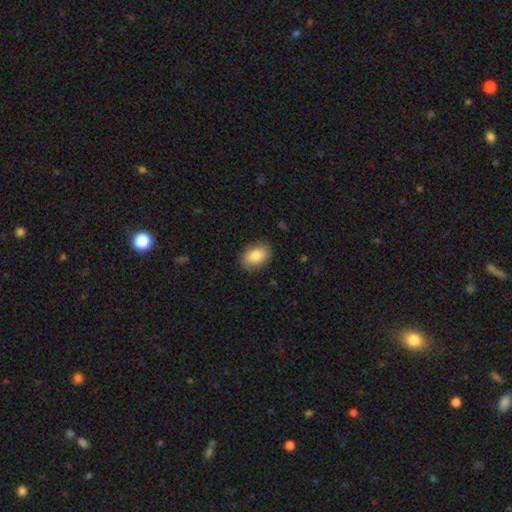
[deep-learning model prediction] Smooth or featured? Predicted: smooth (p=0.83). How rounded? Predicted: in between (p=0.82). Merging? Predicted: none (p=0.87).